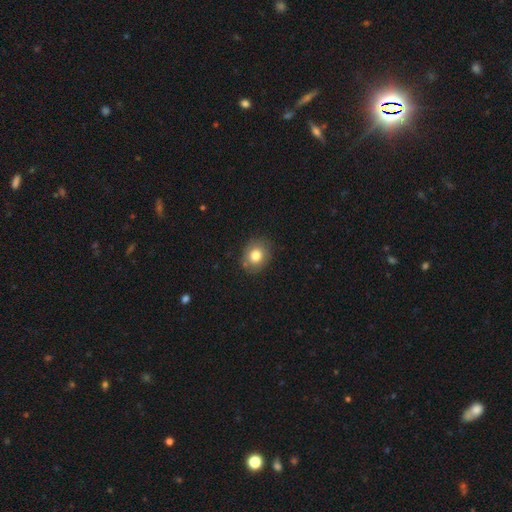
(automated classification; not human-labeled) smooth 79%, featured or disk 11%, star or artifact 10%. Down the decision tree: how rounded — round (63%); merging — none (84%).